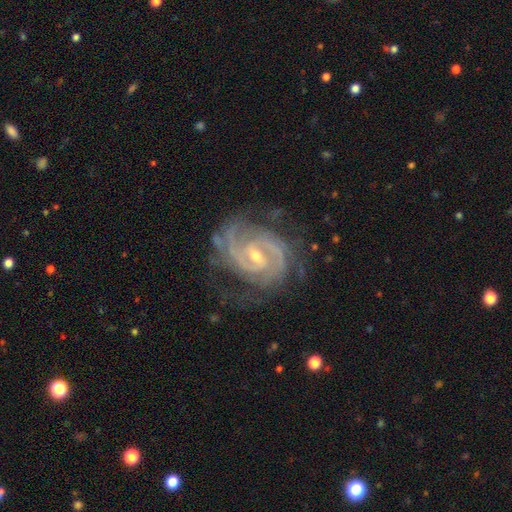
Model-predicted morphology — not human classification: smooth_or_featured: featured or disk (p=0.92) [alt: star or artifact p=0.05]
disk_edge_on: no (p=0.97) [alt: yes p=0.03]
bar: weak (p=0.50) [alt: no p=0.25]
has_spiral_arms: yes (p=0.98) [alt: no p=0.02]
spiral_winding: tight (p=0.64) [alt: medium p=0.31]
spiral_arm_count: 2 (p=0.53) [alt: 3 p=0.18]
bulge_size: small (p=0.57) [alt: moderate p=0.40]
merging: none (p=0.70) [alt: minor disturbance p=0.20]